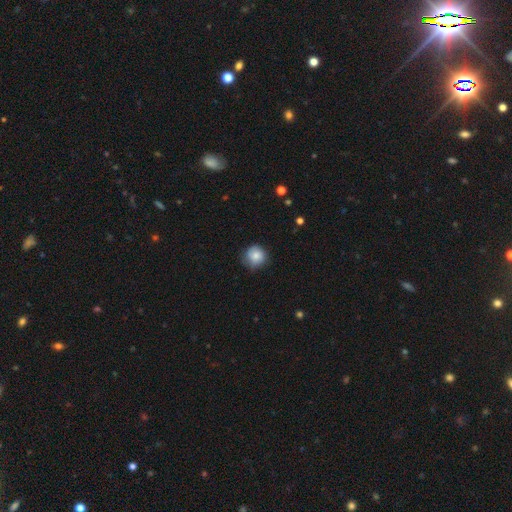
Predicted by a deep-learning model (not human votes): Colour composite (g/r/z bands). It shows a smooth galaxy with no disk features (79%) that is round (90%). Merging: none (73%).